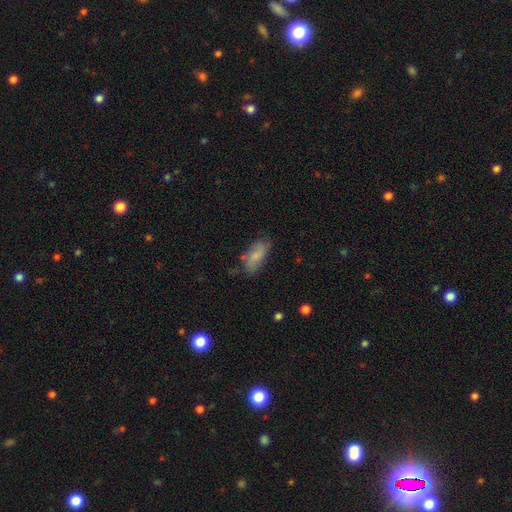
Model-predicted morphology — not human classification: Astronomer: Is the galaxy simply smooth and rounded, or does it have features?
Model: smooth — 74%.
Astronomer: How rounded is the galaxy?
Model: in between — 82%.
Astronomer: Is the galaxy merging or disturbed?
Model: none — 67%.